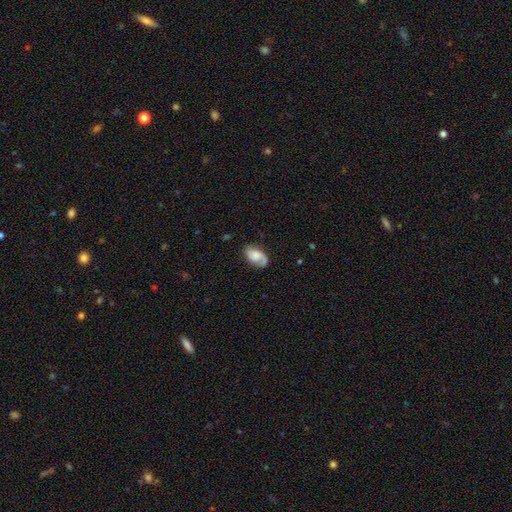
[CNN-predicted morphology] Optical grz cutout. It shows a featured or disk galaxy (54%) with no bar (66%), spiral arms (91%) and no central bulge (29%). Merging: none (69%).